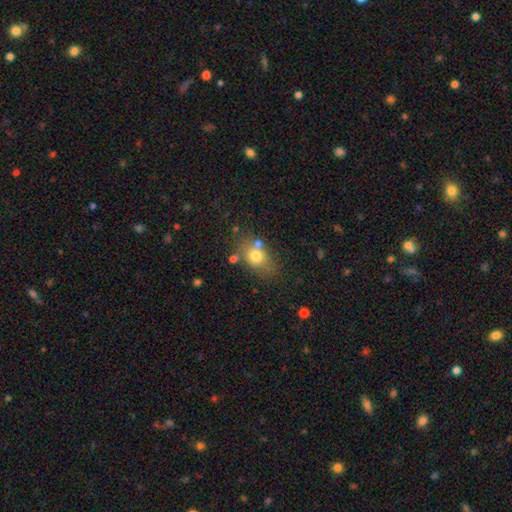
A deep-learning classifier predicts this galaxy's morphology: Q: Smooth or featured?
A: smooth (72%); runner-up: featured or disk (17%)
Q: How rounded?
A: in between (61%); runner-up: round (37%)
Q: Merging?
A: none (60%); runner-up: minor disturbance (18%)